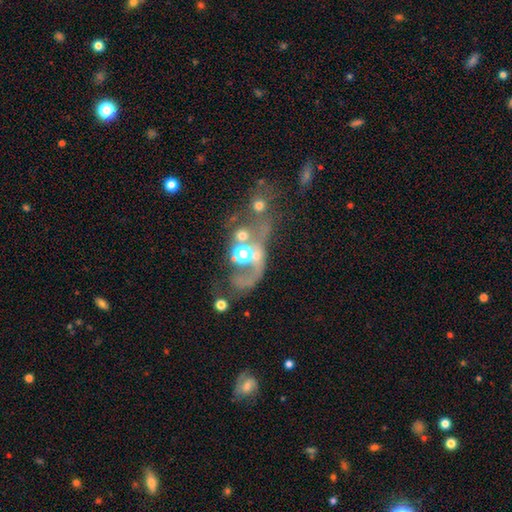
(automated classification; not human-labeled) smooth-or-featured: featured or disk: 42% | smooth: 30% | star or artifact: 28%
  merging: merger: 43% | major disturbance: 26% | none: 22% | minor disturbance: 10%